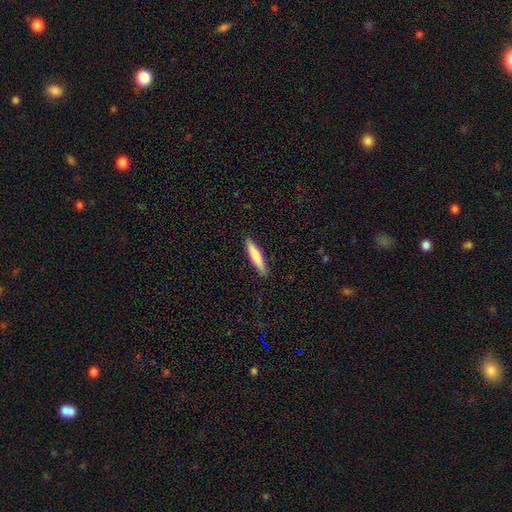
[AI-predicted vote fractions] smooth 65%, featured or disk 29%, star or artifact 5%. Down the decision tree: how rounded — cigar-shaped (86%); merging — none (90%).